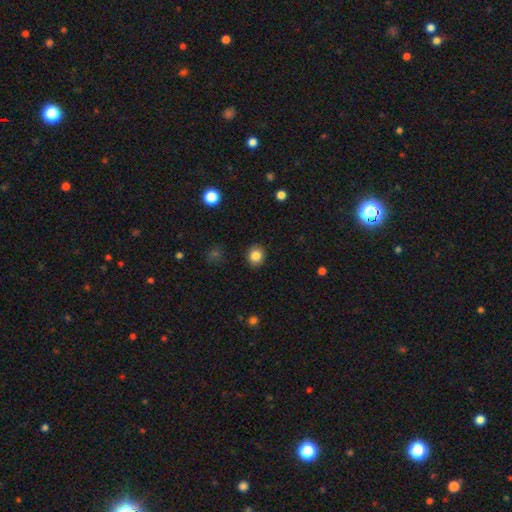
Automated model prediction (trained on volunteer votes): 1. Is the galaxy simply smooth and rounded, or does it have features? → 85% smooth, 10% star or artifact, 5% featured or disk.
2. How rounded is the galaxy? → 83% round, 16% in between, 1% cigar-shaped.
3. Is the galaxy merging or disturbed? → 91% none, 6% minor disturbance, 2% major disturbance, 1% merger.